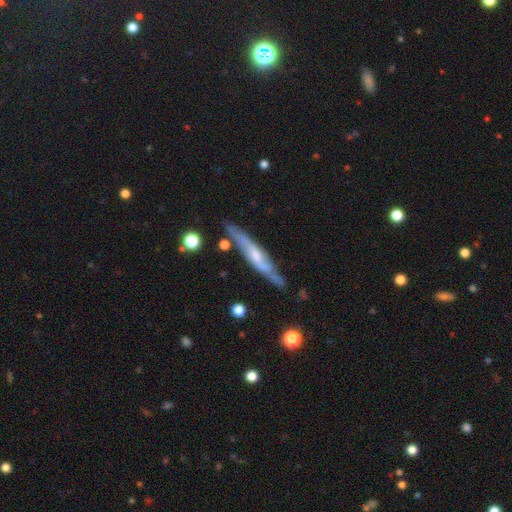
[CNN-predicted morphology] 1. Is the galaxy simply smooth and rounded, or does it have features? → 71% featured or disk, 23% smooth, 6% star or artifact.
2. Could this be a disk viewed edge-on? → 67% yes, 33% no.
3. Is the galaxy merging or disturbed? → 76% none, 17% minor disturbance, 4% major disturbance, 3% merger.